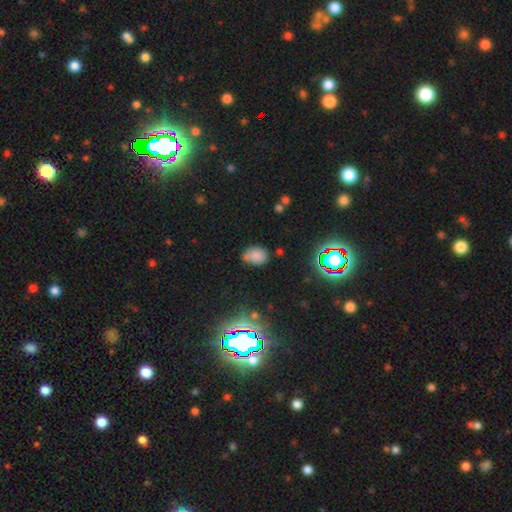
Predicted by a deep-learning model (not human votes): The model was most divided on "merging": none: 60%, minor disturbance: 26%, merger: 8%, major disturbance: 6%. More confident: smooth or featured — smooth (75%); how rounded — in between (71%).